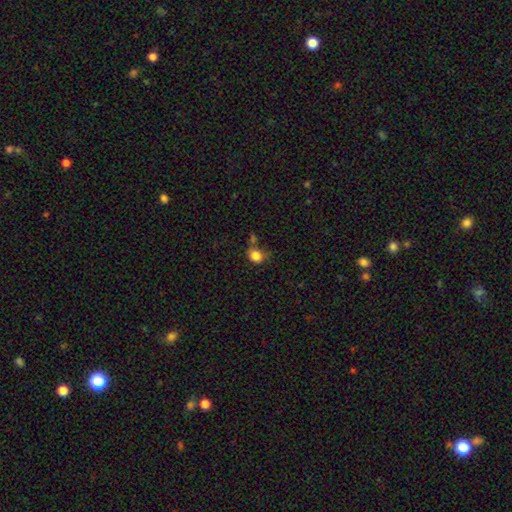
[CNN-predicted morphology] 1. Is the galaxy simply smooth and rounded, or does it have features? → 83% smooth, 11% star or artifact, 6% featured or disk.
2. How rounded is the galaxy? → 60% round, 39% in between, 1% cigar-shaped.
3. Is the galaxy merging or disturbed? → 49% none, 25% minor disturbance, 16% merger, 10% major disturbance.